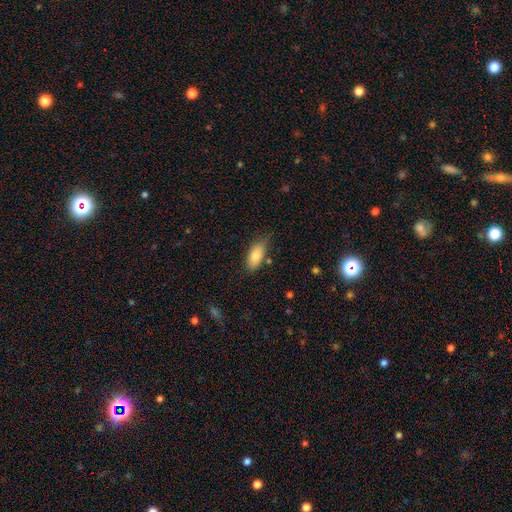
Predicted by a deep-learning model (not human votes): Q: Smooth or featured?
A: smooth (82%); runner-up: featured or disk (10%)
Q: How rounded?
A: in between (86%); runner-up: cigar-shaped (12%)
Q: Merging?
A: none (68%); runner-up: minor disturbance (25%)